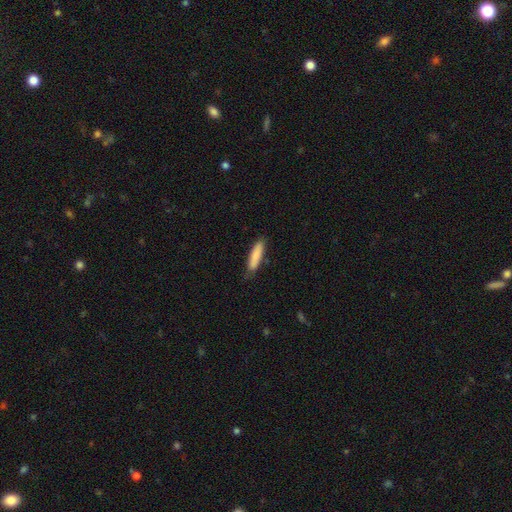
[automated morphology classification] smooth-or-featured: smooth: 84% | featured or disk: 10% | star or artifact: 5%
  how-rounded: cigar-shaped: 74% | in between: 24% | round: 1%
  merging: none: 82% | minor disturbance: 15% | major disturbance: 2% | merger: 1%